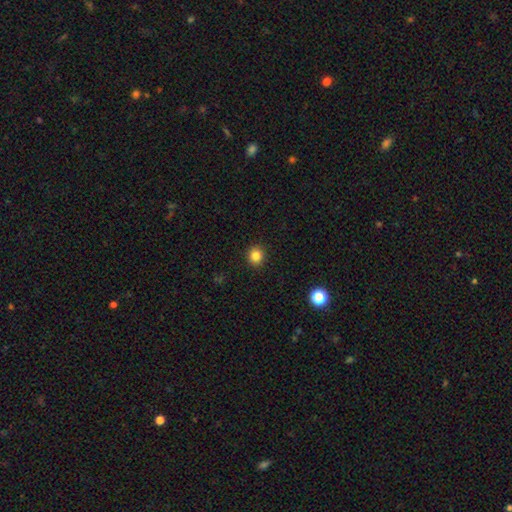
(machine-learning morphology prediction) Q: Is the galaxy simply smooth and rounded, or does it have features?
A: smooth — 84%.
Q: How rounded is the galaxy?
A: round — 90%.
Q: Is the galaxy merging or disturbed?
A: none — 92%.